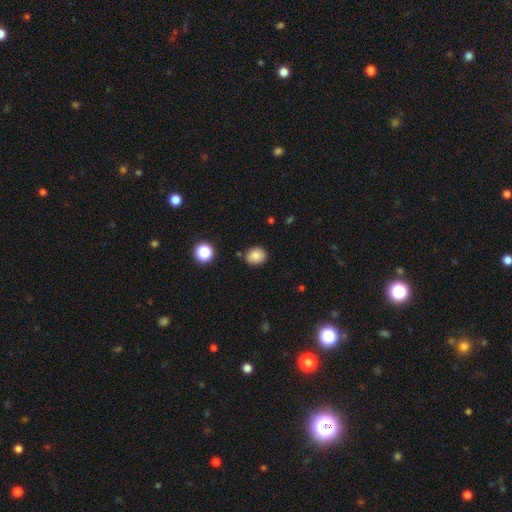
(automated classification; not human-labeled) smooth 85%, star or artifact 11%, featured or disk 5%. Down the decision tree: how rounded — round (61%); merging — none (81%).